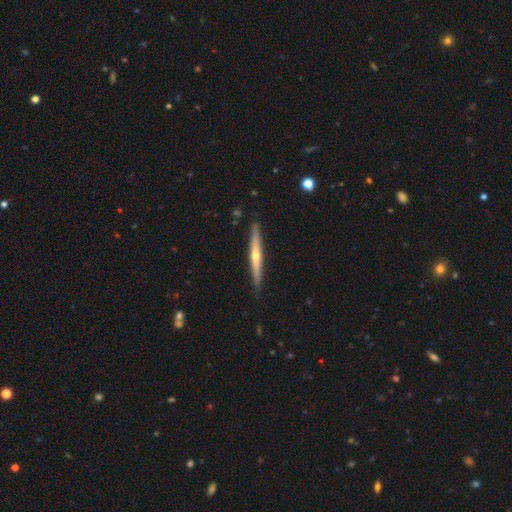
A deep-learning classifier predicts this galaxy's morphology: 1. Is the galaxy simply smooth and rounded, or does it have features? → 67% featured or disk, 27% smooth, 6% star or artifact.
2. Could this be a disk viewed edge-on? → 97% yes, 3% no.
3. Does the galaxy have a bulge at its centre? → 81% rounded, 16% none, 2% boxy.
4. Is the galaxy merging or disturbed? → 90% none, 8% minor disturbance, 1% major disturbance, 1% merger.